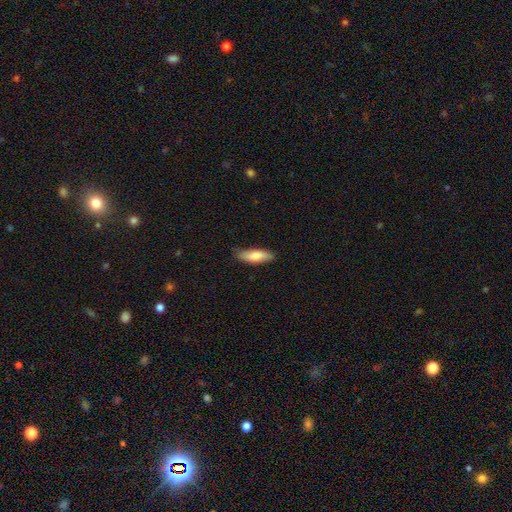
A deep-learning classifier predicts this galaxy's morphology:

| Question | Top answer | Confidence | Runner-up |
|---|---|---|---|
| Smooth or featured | smooth | 81% | featured or disk (14%) |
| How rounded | in between | 51% | cigar-shaped (47%) |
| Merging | none | 83% | minor disturbance (14%) |